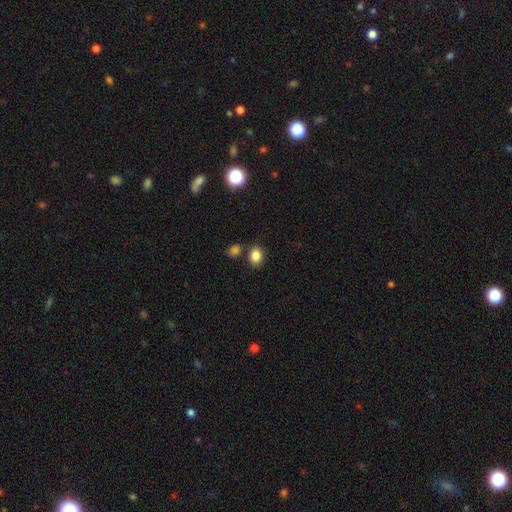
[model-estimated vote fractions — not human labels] This is clearly a smooth galaxy (85%). How rounded: likely in between (63%). Merging: likely none (76%).